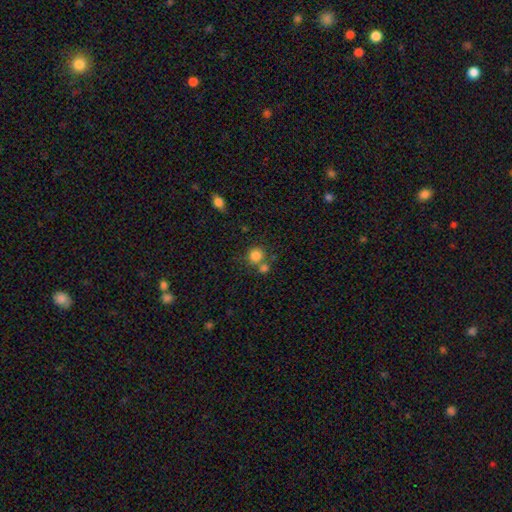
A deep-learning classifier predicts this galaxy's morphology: A smooth galaxy with no disk features (83%) that is round (88%). Merging: none (63%).